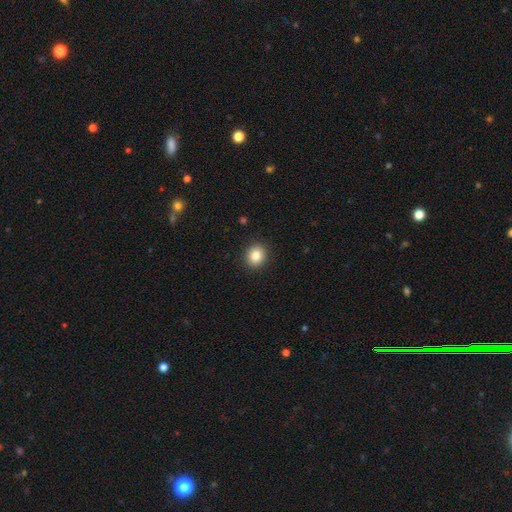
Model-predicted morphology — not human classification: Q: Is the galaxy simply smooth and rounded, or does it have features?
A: smooth — 84%.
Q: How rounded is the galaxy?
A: round — 74%.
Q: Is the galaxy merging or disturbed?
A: none — 91%.